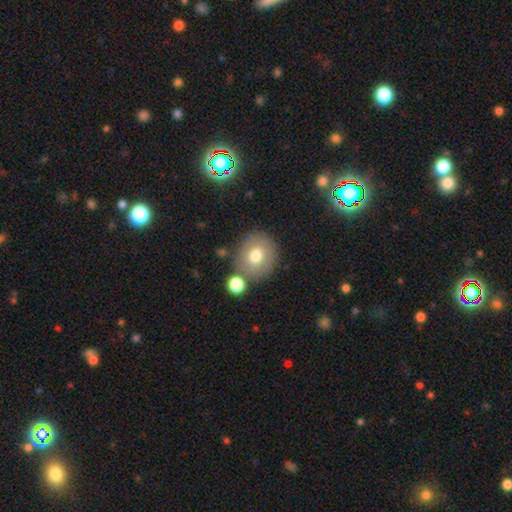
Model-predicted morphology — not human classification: This is likely a smooth galaxy (73%). How rounded: likely round (78%). Merging: likely none (75%).